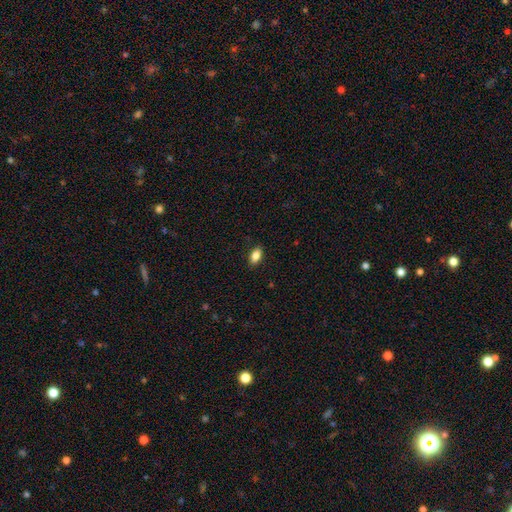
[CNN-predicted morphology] A smooth galaxy with no disk features (85%) that is in between round and cigar-shaped (89%). Merging: none (89%).